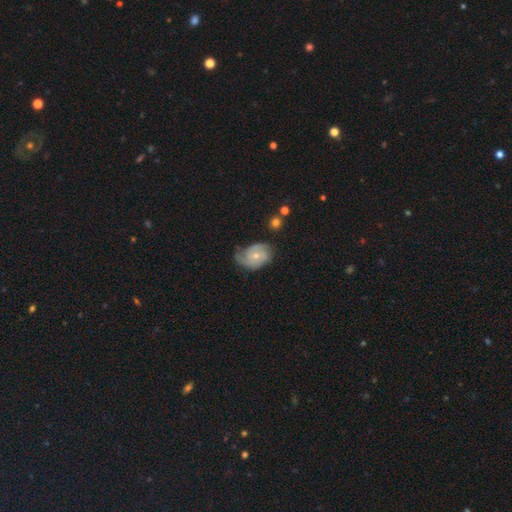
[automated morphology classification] Smooth or featured: featured or disk — 69% (smooth — 25%)
Edge-on disk: no — 97% (yes — 3%)
Bar: no — 74% (weak — 23%)
Spiral arms: yes — 90% (no — 10%)
Spiral winding: tight — 45% (medium — 37%)
Spiral arm count: 2 — 42% (can't tell — 23%)
Bulge size: small — 49% (moderate — 47%)
Merging: none — 47% (minor disturbance — 34%)